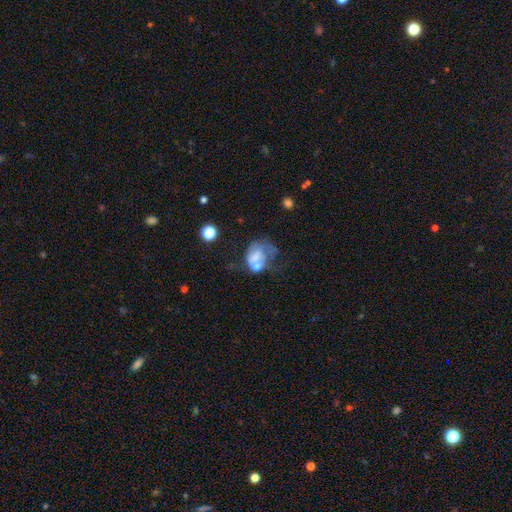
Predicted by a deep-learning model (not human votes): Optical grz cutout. It shows a smooth galaxy with no disk features (47%). Merging: major disturbance (38%).